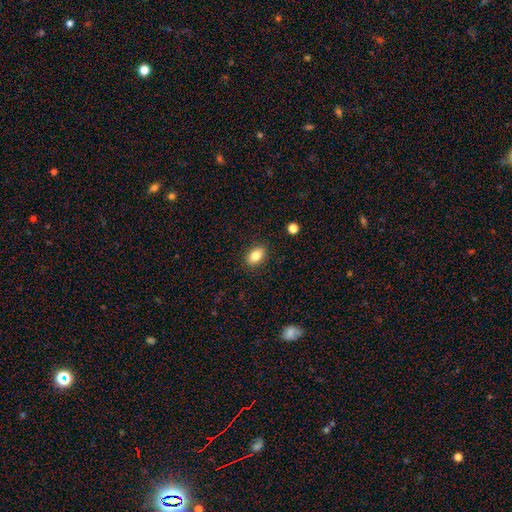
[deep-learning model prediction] Overall: smooth (84%). How rounded: in between (87%). Merging: none (88%).